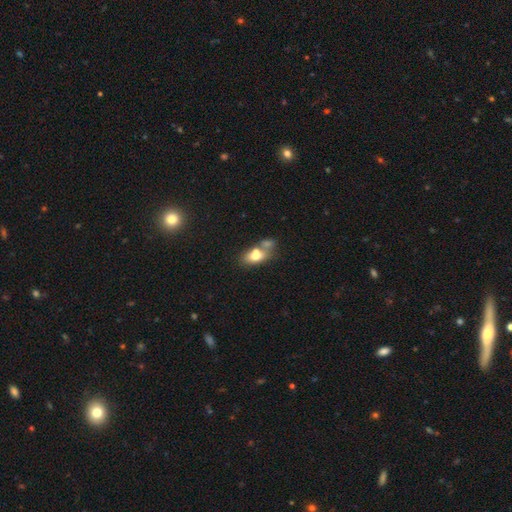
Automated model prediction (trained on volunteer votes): smooth-or-featured: smooth: 68% | featured or disk: 22% | star or artifact: 9%
  how-rounded: in between: 81% | round: 14% | cigar-shaped: 6%
  merging: merger: 48% | none: 33% | minor disturbance: 13% | major disturbance: 7%